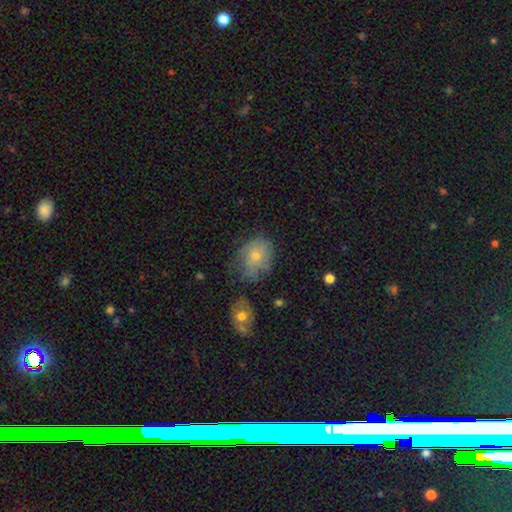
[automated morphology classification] The model was most divided on "how rounded": in between: 57%, round: 42%, cigar-shaped: 1%. More confident: smooth or featured — smooth (54%); merging — none (51%).